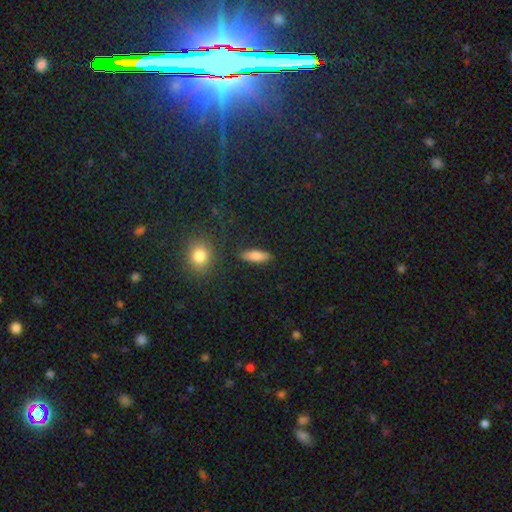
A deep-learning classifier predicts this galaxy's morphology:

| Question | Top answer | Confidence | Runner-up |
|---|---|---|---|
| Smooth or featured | smooth | 82% | featured or disk (11%) |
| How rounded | in between | 57% | cigar-shaped (40%) |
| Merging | none | 87% | minor disturbance (9%) |